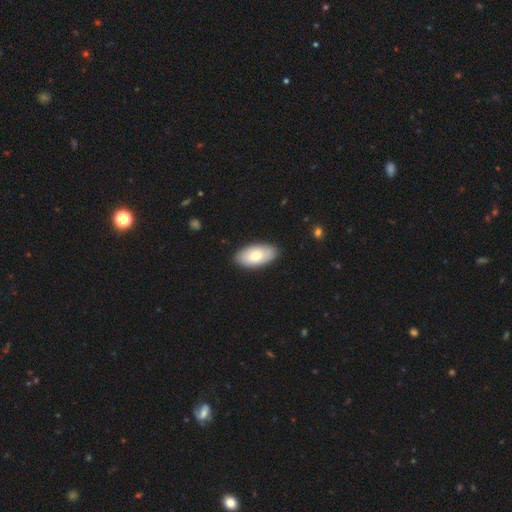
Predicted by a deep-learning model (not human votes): Smooth or featured? smooth (71%)
How rounded? in between (94%)
Merging? none (86%)